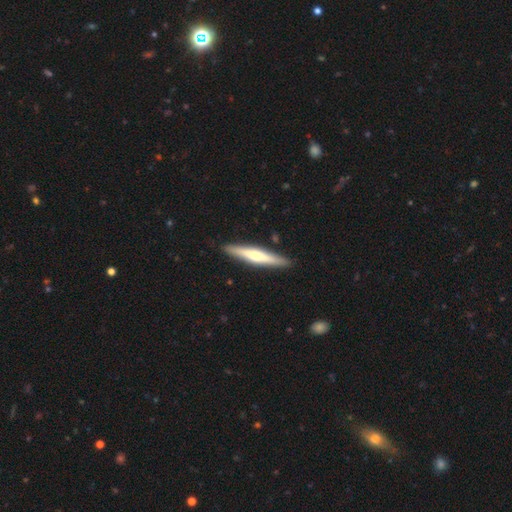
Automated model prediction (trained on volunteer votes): The model was most divided on "smooth or featured": featured or disk: 52%, smooth: 43%, star or artifact: 5%. More confident: edge-on disk — yes (94%); merging — none (90%).